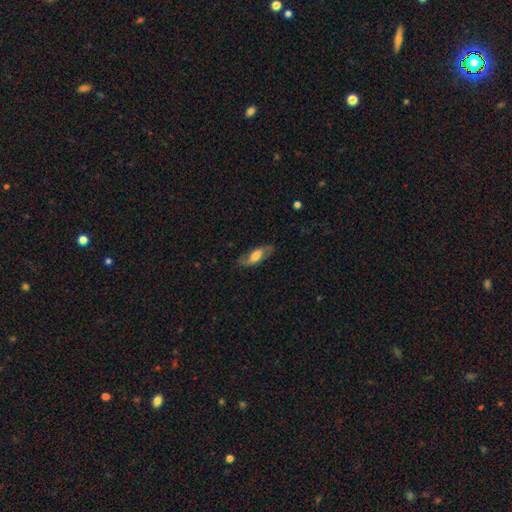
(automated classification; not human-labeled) smooth-or-featured: featured or disk: 50% | smooth: 44% | star or artifact: 7%
  merging: none: 76% | minor disturbance: 17% | major disturbance: 6% | merger: 1%